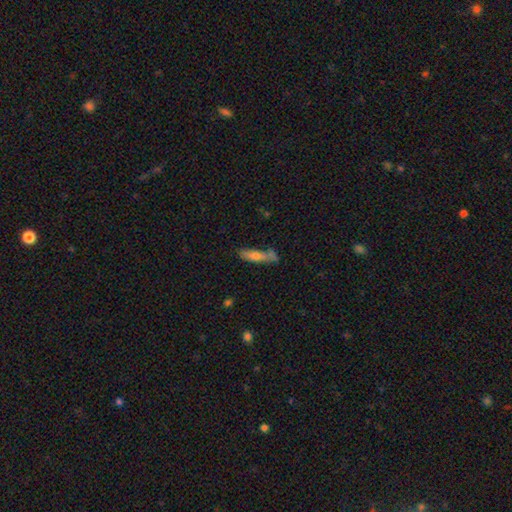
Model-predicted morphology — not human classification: type=smooth (51%); roundness=cigar-shaped (81%); merging=none (64%).